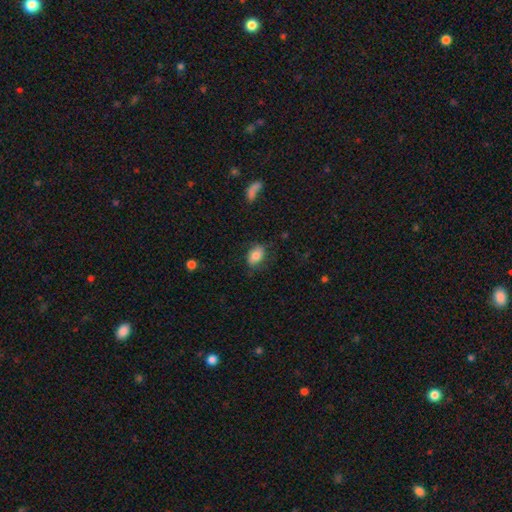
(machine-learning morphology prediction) type=smooth (81%); roundness=in between (84%); merging=none (76%).